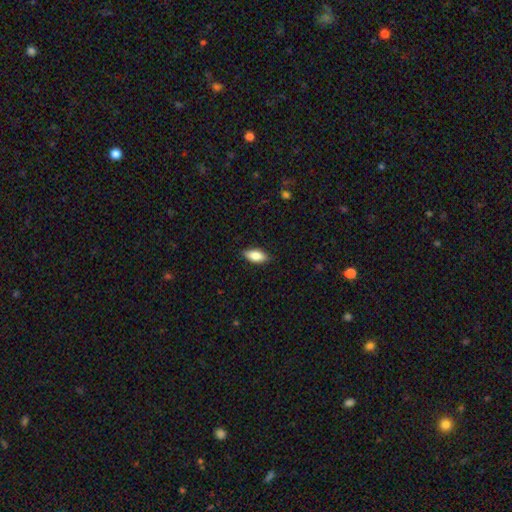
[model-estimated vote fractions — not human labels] Q: Smooth or featured?
A: smooth (83%); runner-up: featured or disk (10%)
Q: How rounded?
A: in between (86%); runner-up: cigar-shaped (12%)
Q: Merging?
A: none (87%); runner-up: minor disturbance (10%)